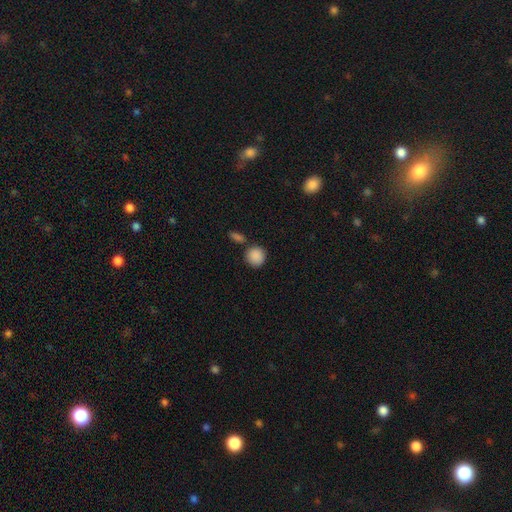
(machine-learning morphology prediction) Smooth or featured?
  - smooth: 89% *
  - star or artifact: 8%
  - featured or disk: 3%
How rounded?
  - round: 87% *
  - in between: 12%
  - cigar-shaped: 1%
Merging?
  - none: 74% *
  - merger: 11%
  - minor disturbance: 11%
  - major disturbance: 3%